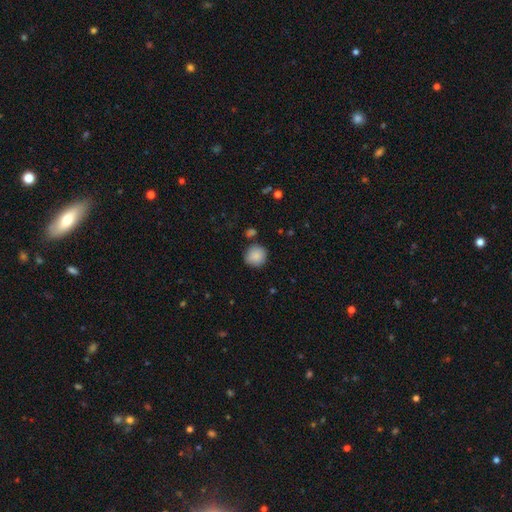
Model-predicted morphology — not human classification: Overall: smooth (88%). How rounded: round (93%). Merging: none (84%).